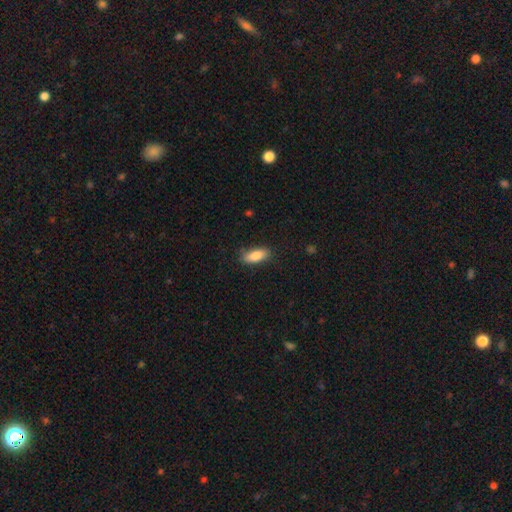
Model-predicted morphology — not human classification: Smooth or featured?
  - smooth: 85% *
  - featured or disk: 8%
  - star or artifact: 7%
How rounded?
  - in between: 79% *
  - cigar-shaped: 19%
  - round: 2%
Merging?
  - none: 79% *
  - minor disturbance: 16%
  - major disturbance: 4%
  - merger: 1%